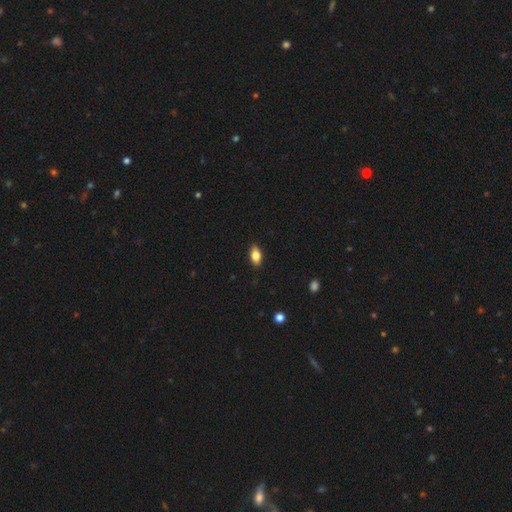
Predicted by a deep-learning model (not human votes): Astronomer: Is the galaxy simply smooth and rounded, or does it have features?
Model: smooth — 79%.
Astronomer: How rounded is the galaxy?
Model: in between — 87%.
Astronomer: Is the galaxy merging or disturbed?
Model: none — 87%.